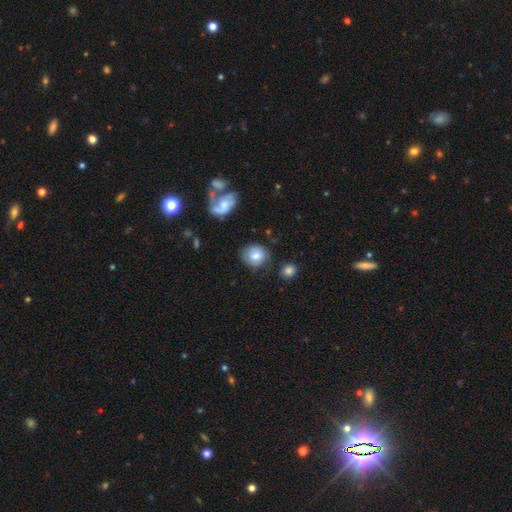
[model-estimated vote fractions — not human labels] Smooth or featured? Predicted: smooth (p=0.72). How rounded? Predicted: round (p=0.79). Merging? Predicted: none (p=0.69).